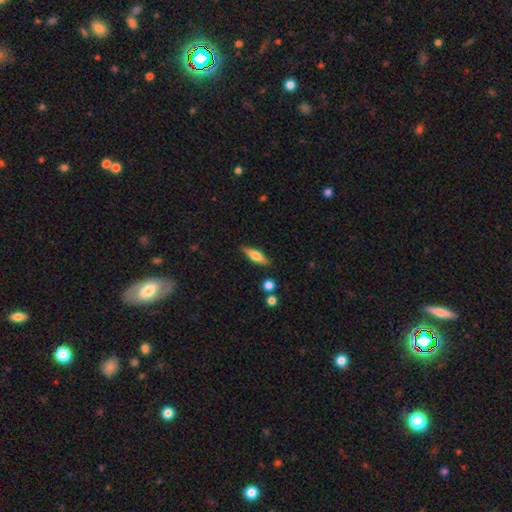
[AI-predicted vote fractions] smooth_or_featured: smooth (p=0.57) [alt: featured or disk p=0.36]
how_rounded: cigar-shaped (p=0.56) [alt: in between p=0.41]
merging: none (p=0.85) [alt: minor disturbance p=0.10]